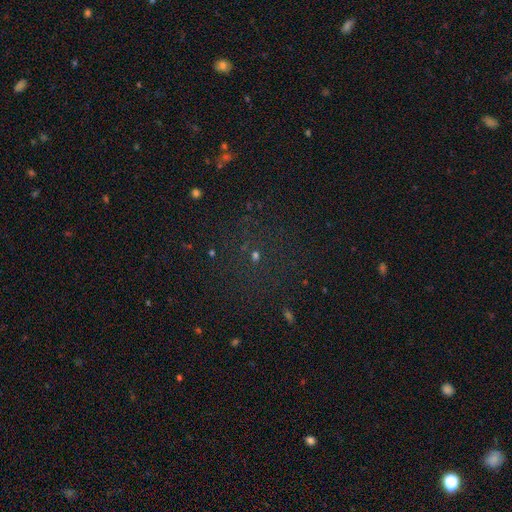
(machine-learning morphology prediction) A star or artifact, not a galaxy (52%).

Vote fractions:
- Smooth or featured? star or artifact: 52% / smooth: 38% / featured or disk: 11%